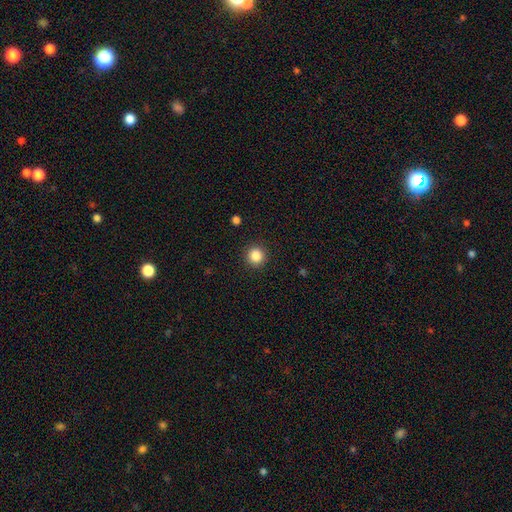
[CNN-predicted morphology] The model was most divided on "smooth or featured": smooth: 85%, star or artifact: 11%, featured or disk: 4%. More confident: how rounded — round (94%); merging — none (92%).